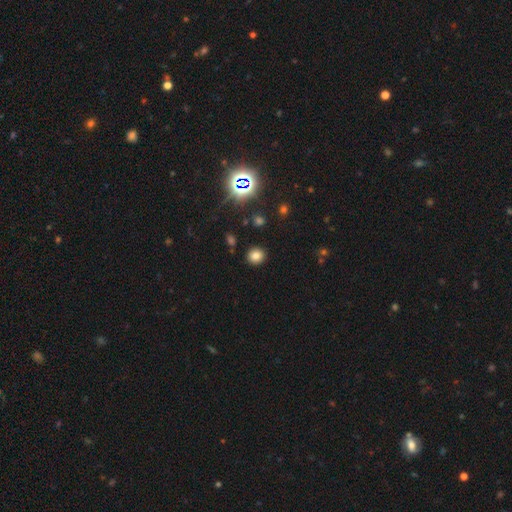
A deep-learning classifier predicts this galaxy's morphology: This is likely a smooth galaxy (78%). How rounded: clearly round (81%). Merging: clearly none (89%).